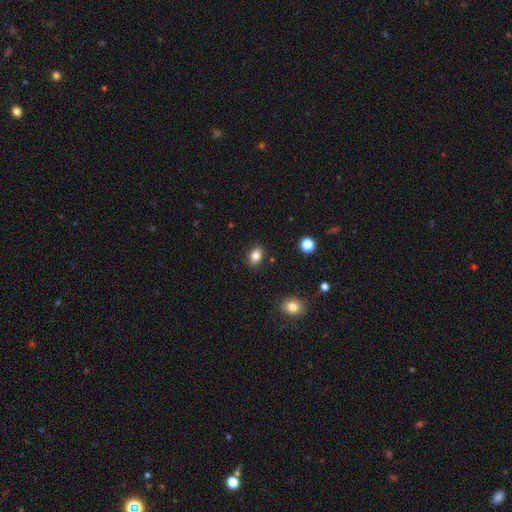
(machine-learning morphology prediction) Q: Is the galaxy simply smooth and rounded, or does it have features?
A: smooth — 83%.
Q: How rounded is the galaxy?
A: in between — 77%.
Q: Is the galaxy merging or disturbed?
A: none — 87%.